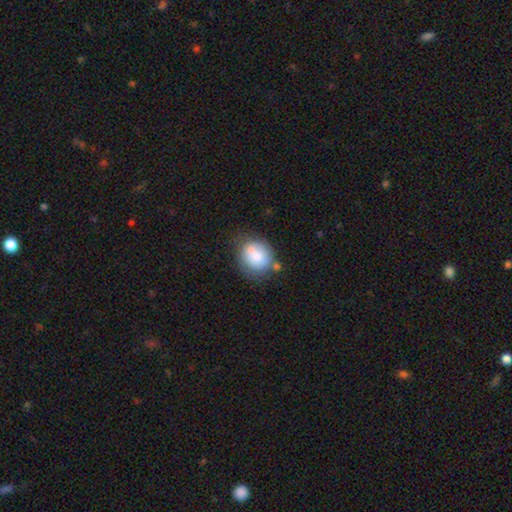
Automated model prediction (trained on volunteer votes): This appears to be a smooth galaxy with no disk features (73%) that is round (73%). Merging: none (50%).